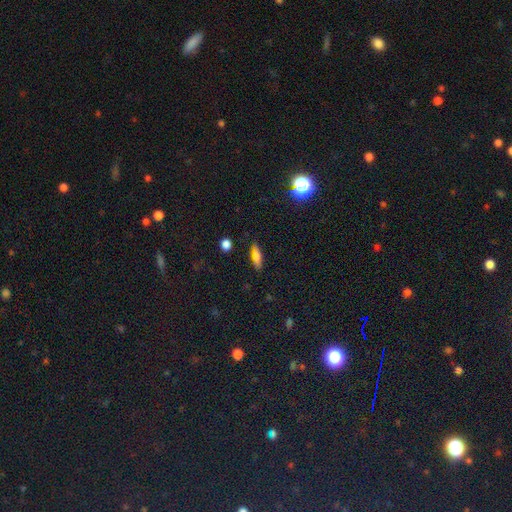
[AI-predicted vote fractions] Overall: smooth (68%). How rounded: cigar-shaped (61%; in between 36%). Merging: none (87%).